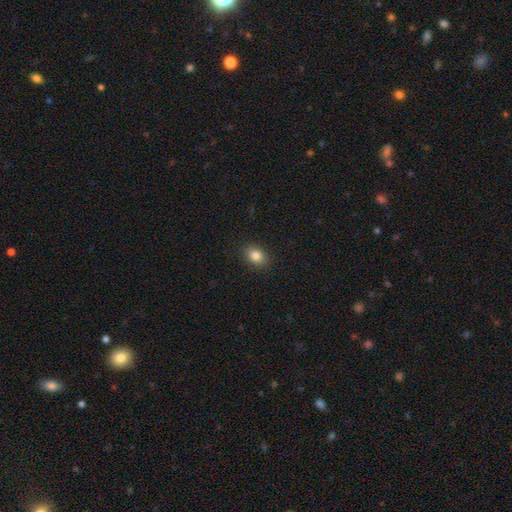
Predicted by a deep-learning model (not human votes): Overall: smooth (84%). How rounded: in between (66%; round 32%). Merging: none (89%).